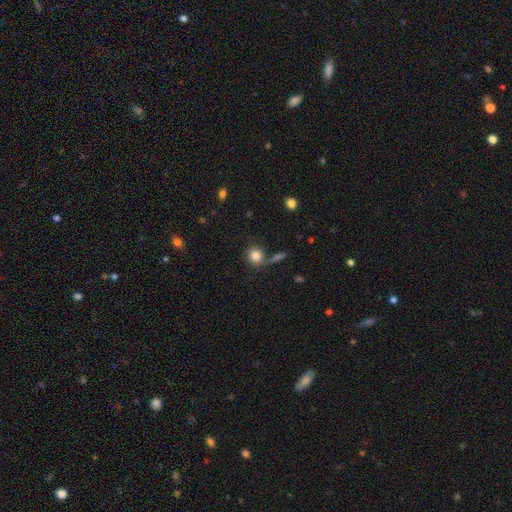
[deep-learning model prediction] Q: Smooth or featured?
A: smooth (83%); runner-up: star or artifact (10%)
Q: How rounded?
A: round (86%); runner-up: in between (13%)
Q: Merging?
A: none (64%); runner-up: merger (16%)